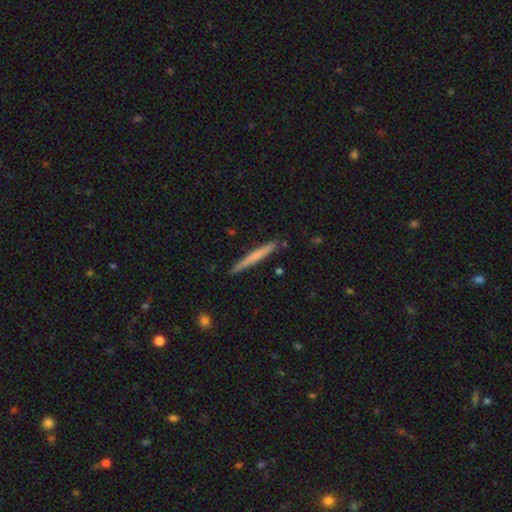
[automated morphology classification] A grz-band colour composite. It shows a smooth galaxy with no disk features (57%) that is cigar-shaped (97%). Merging: none (89%).